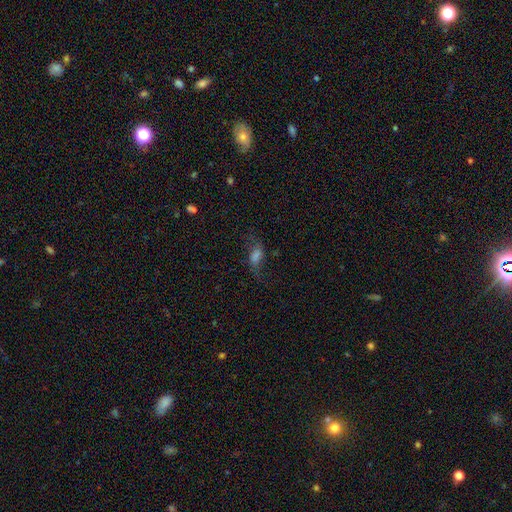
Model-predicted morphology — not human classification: featured or disk 42%, smooth 39%, star or artifact 18%. Down the decision tree: merging — none (59%).